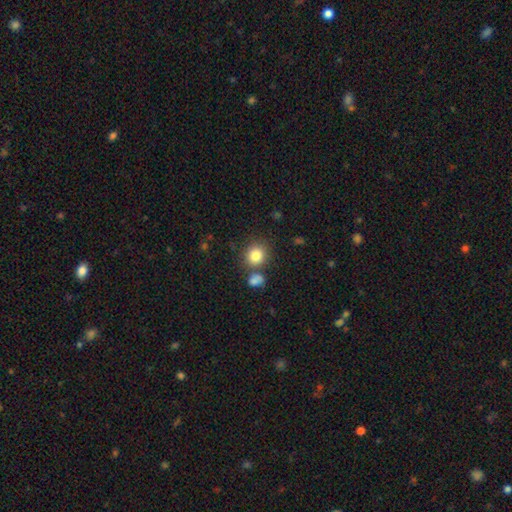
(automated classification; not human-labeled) Q: Smooth or featured?
A: smooth (83%); runner-up: star or artifact (11%)
Q: How rounded?
A: round (84%); runner-up: in between (16%)
Q: Merging?
A: none (73%); runner-up: merger (14%)